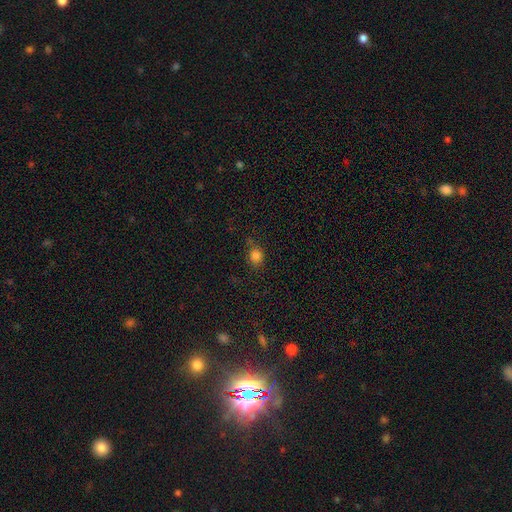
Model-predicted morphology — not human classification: A smooth galaxy with no disk features (81%) that is round (68%).

Vote fractions:
- Smooth or featured? smooth: 81% / star or artifact: 14% / featured or disk: 5%
- How rounded? round: 68% / in between: 31% / cigar-shaped: 1%
- Merging? none: 68% / minor disturbance: 21% / major disturbance: 7% / merger: 4%